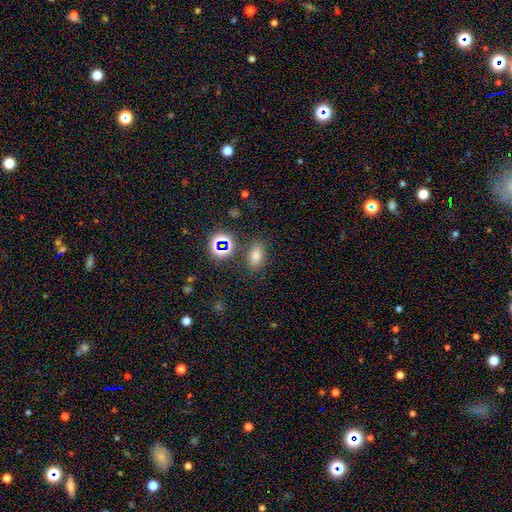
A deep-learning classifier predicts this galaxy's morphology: Q: Smooth or featured?
A: smooth (69%); runner-up: star or artifact (24%)
Q: How rounded?
A: in between (80%); runner-up: round (18%)
Q: Merging?
A: none (80%); runner-up: minor disturbance (10%)